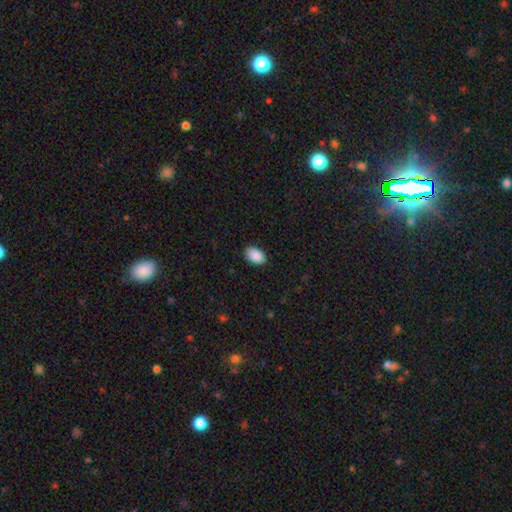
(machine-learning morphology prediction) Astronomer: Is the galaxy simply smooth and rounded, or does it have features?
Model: smooth — 90%.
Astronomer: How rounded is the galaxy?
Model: in between — 91%.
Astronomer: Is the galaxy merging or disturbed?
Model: none — 88%.